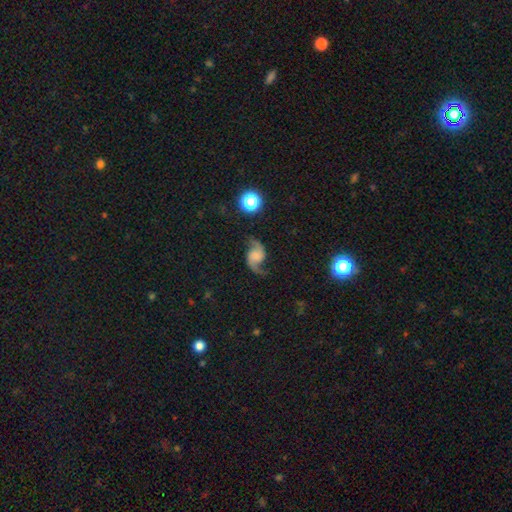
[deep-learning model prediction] Smooth or featured? Predicted: featured or disk (p=0.85). Edge-on disk? Predicted: no (p=0.98). Bar? Predicted: no (p=0.62). Spiral arms? Predicted: yes (p=0.97). Spiral winding? Predicted: loose (p=0.76). Spiral arm count? Predicted: 2 (p=0.94). Bulge size? Predicted: none (p=0.50). Merging? Predicted: none (p=0.77).